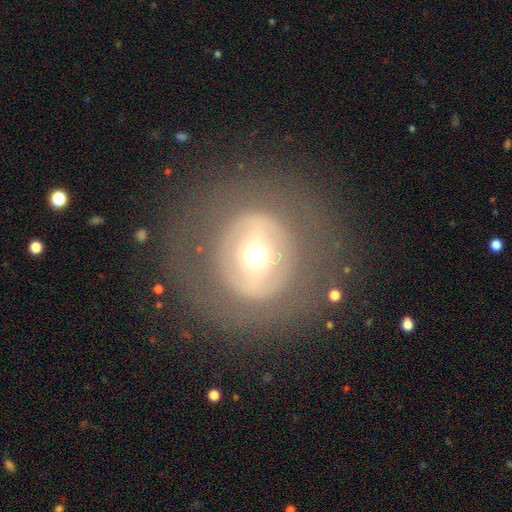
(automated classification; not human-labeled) This is possibly a featured or disk galaxy (55%). It is clearly not viewed edge-on (93%). Bar: marginally no (38%). Spiral arm pattern: clearly no (86%). Central bulge: likely moderate (61%). Merging: likely none (79%).